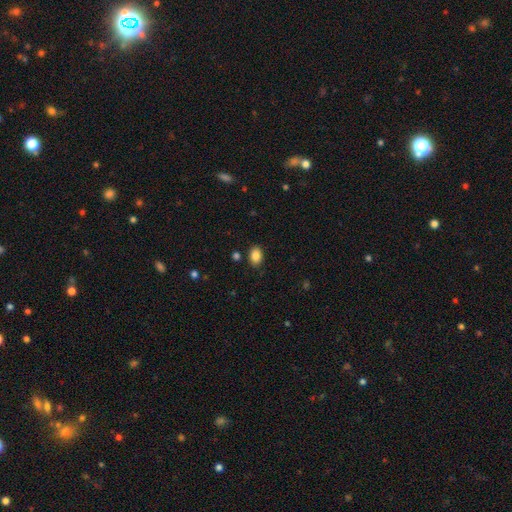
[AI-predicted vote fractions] Q: Smooth or featured?
A: smooth (86%); runner-up: star or artifact (9%)
Q: How rounded?
A: in between (81%); runner-up: round (18%)
Q: Merging?
A: none (86%); runner-up: minor disturbance (9%)